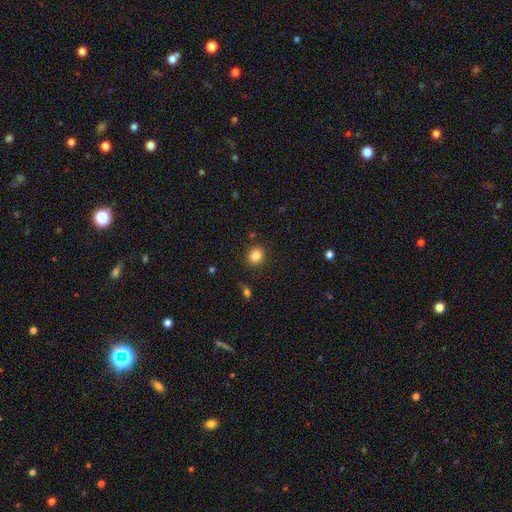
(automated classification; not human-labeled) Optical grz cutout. It shows a smooth galaxy with no disk features (83%) that is round (79%). Merging: none (88%).